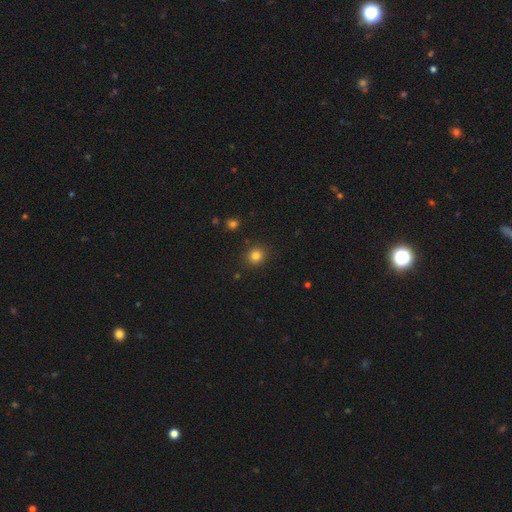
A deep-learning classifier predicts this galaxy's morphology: smooth-or-featured: smooth: 81% | star or artifact: 13% | featured or disk: 6%
  how-rounded: round: 86% | in between: 13% | cigar-shaped: 1%
  merging: none: 89% | minor disturbance: 7% | major disturbance: 2% | merger: 2%